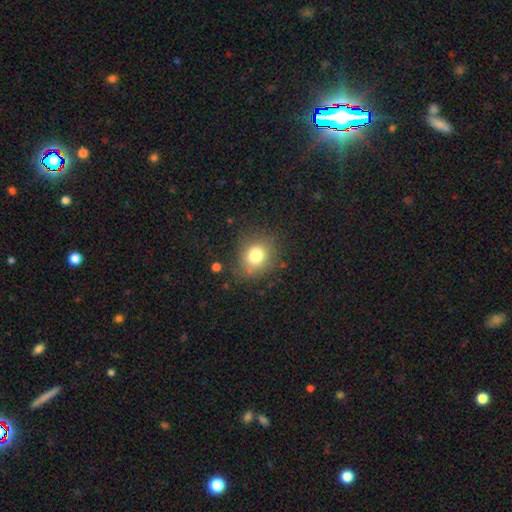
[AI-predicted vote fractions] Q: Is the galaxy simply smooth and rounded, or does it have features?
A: smooth — 78%.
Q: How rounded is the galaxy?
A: round — 75%.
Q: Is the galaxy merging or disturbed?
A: none — 81%.